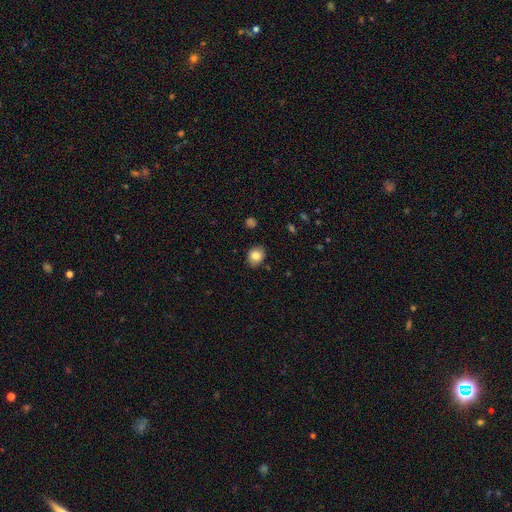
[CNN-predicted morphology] smooth 84%, star or artifact 9%, featured or disk 7%. Down the decision tree: how rounded — round (63%); merging — none (84%).